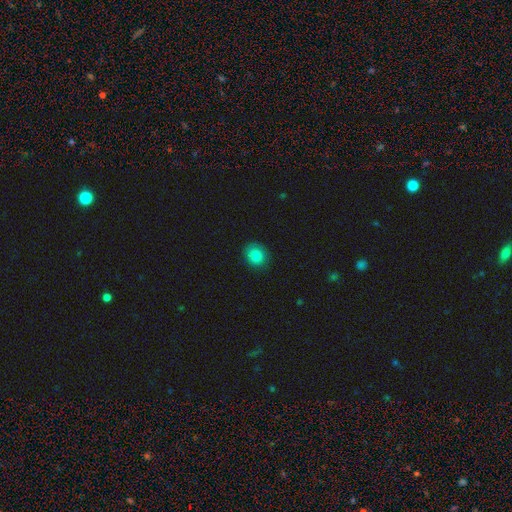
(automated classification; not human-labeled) This is clearly a smooth galaxy (83%). How rounded: likely round (74%). Merging: clearly none (86%).